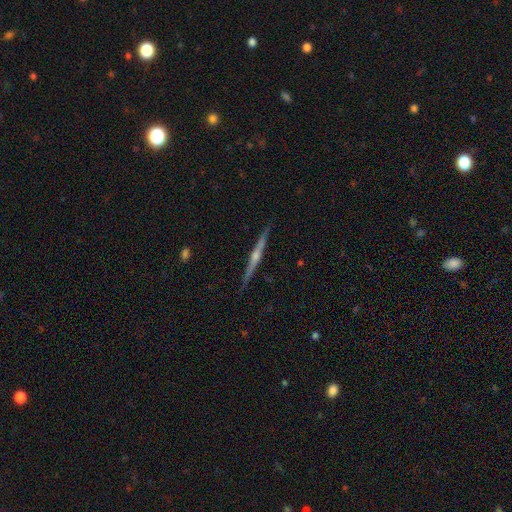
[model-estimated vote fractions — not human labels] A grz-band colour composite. It shows a featured or disk galaxy (79%) viewed edge-on (98%) with a rounded central bulge (81%). Merging: none (91%).